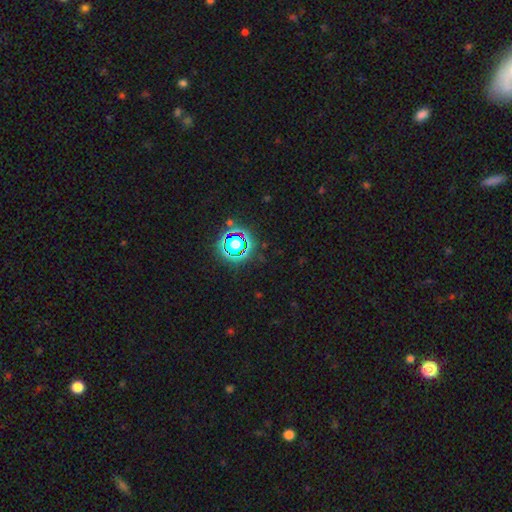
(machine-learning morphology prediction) Q: Smooth or featured?
A: star or artifact (75%); runner-up: smooth (17%)